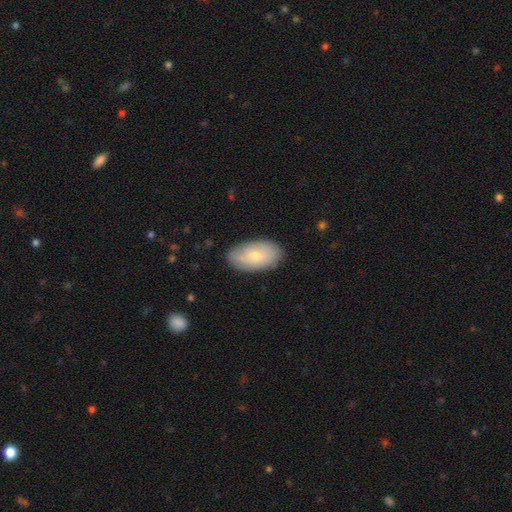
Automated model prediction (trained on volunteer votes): smooth_or_featured: smooth (p=0.66) [alt: featured or disk p=0.28]
how_rounded: in between (p=0.94) [alt: round p=0.04]
merging: none (p=0.82) [alt: minor disturbance p=0.14]